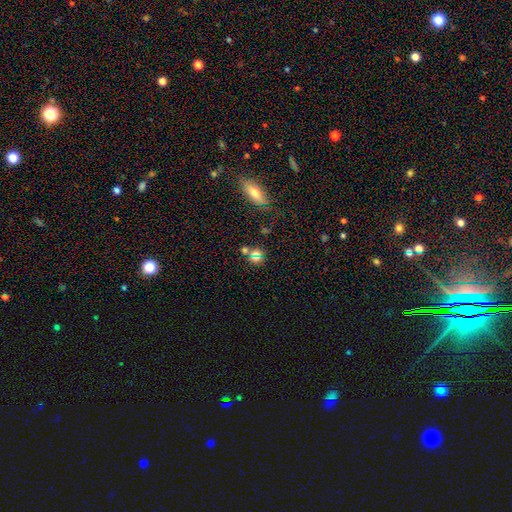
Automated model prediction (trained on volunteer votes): A smooth galaxy with no disk features (54%) that is round (68%).

Vote fractions:
- Smooth or featured? smooth: 54% / star or artifact: 34% / featured or disk: 12%
- How rounded? round: 68% / in between: 28% / cigar-shaped: 4%
- Merging? none: 67% / merger: 18% / minor disturbance: 10% / major disturbance: 5%